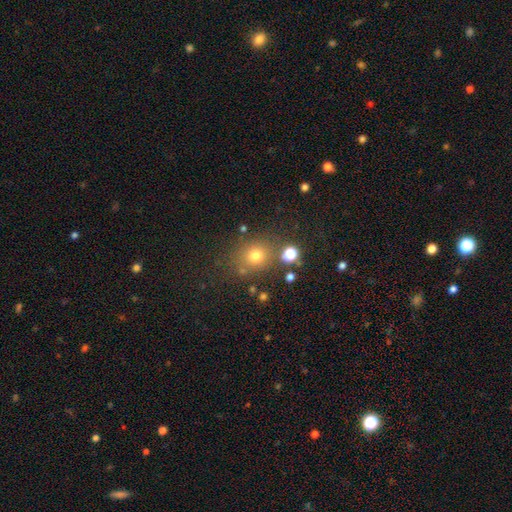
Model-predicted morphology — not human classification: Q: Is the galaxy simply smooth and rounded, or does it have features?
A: smooth — 73%.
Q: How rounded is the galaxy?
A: round — 80%.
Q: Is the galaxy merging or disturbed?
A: none — 75%.